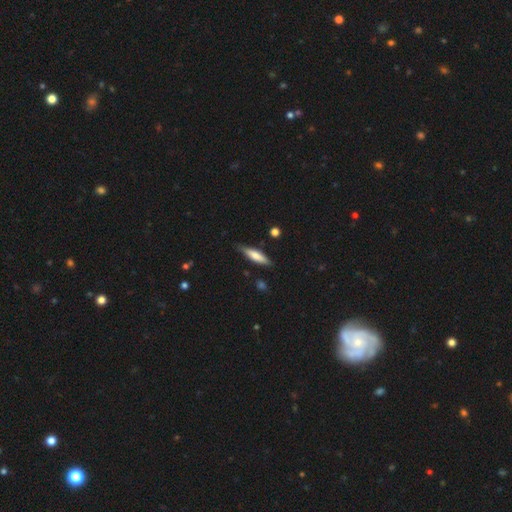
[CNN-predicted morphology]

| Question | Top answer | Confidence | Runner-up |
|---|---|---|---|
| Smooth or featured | smooth | 64% | featured or disk (30%) |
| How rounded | cigar-shaped | 77% | in between (21%) |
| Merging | none | 83% | minor disturbance (13%) |